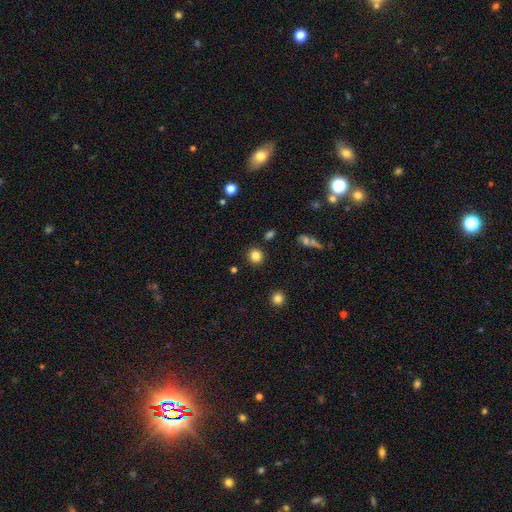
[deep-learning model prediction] Overall: smooth (83%). How rounded: round (90%). Merging: none (89%).